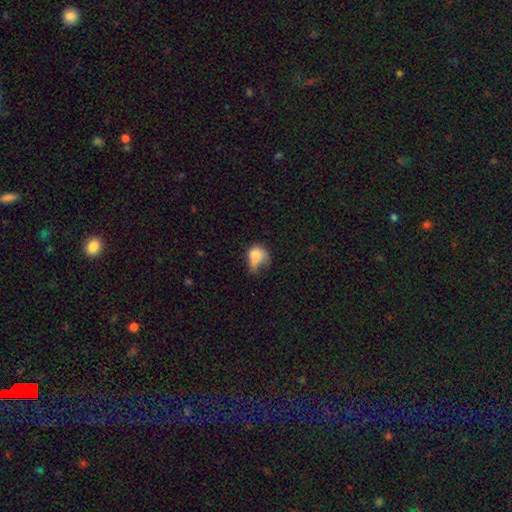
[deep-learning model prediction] This is likely a smooth galaxy (73%). How rounded: likely in between (64%). Merging: marginally major disturbance (41%).